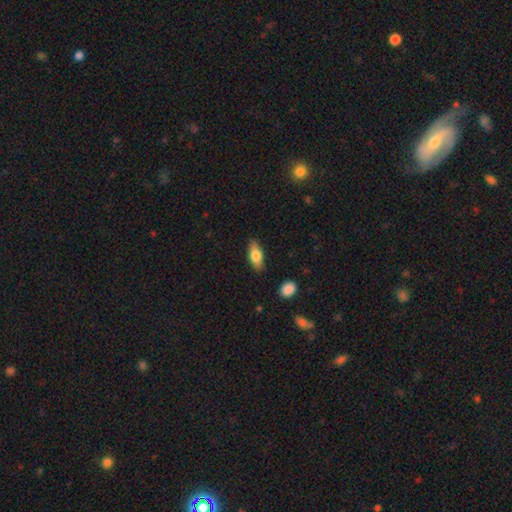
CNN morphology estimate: The model was most divided on "smooth or featured": smooth: 72%, featured or disk: 21%, star or artifact: 7%. More confident: merging — none (85%); how rounded — in between (79%).